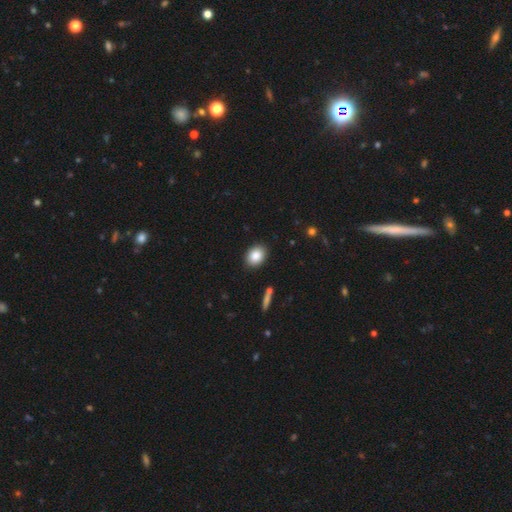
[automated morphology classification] Smooth or featured? smooth (87%)
How rounded? in between (64%)
Merging? none (89%)